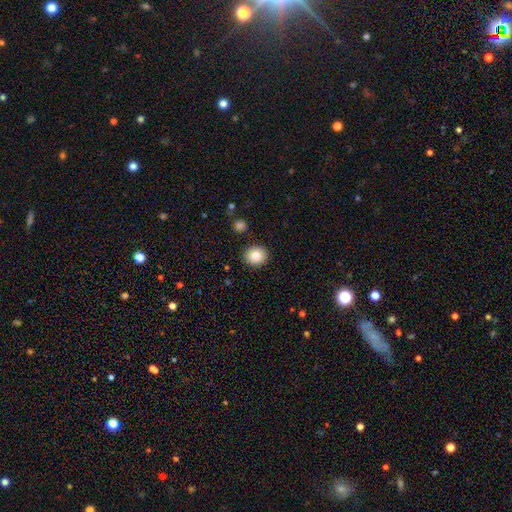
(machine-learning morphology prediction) The model was most divided on "how rounded": round: 78%, in between: 21%, cigar-shaped: 1%. More confident: merging — none (89%); smooth or featured — smooth (84%).